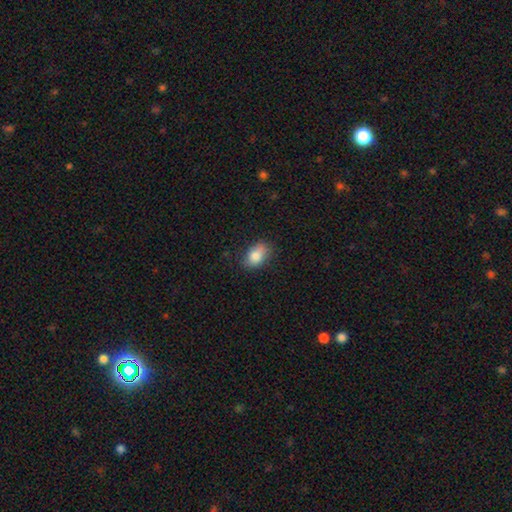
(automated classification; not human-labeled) Morphology: type=smooth (83%); roundness=in between (86%); merging=none (71%).